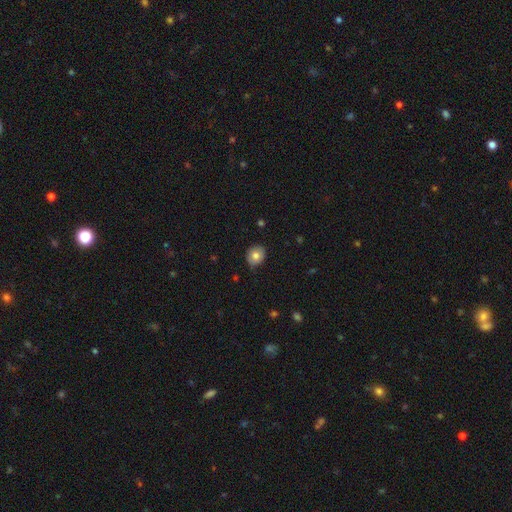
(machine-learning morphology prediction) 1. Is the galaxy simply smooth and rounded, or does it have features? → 78% smooth, 13% featured or disk, 9% star or artifact.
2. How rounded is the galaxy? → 67% round, 32% in between, 1% cigar-shaped.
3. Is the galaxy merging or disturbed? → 83% none, 14% minor disturbance, 2% major disturbance, 1% merger.